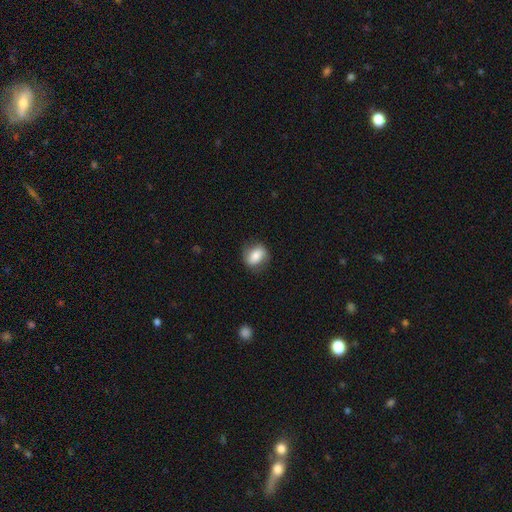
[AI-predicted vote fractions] smooth_or_featured: smooth (p=0.72) [alt: featured or disk p=0.20]
how_rounded: in between (p=0.61) [alt: round p=0.37]
merging: none (p=0.77) [alt: minor disturbance p=0.17]